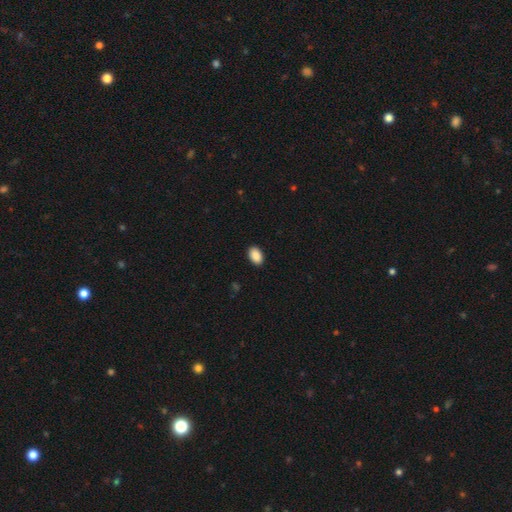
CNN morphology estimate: Smooth or featured? smooth (90%)
How rounded? in between (87%)
Merging? none (91%)